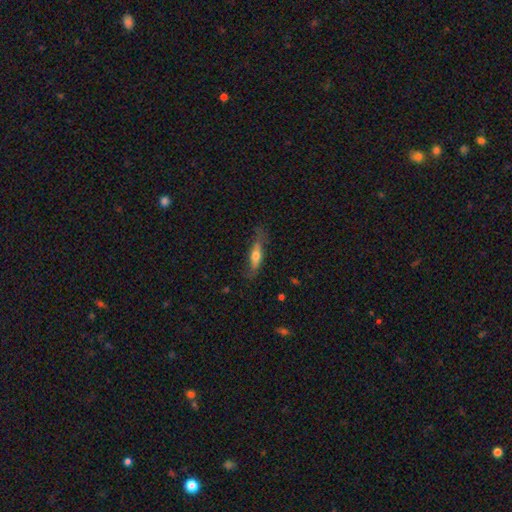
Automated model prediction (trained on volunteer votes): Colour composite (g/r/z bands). It shows a smooth galaxy with no disk features (54%) that is cigar-shaped (57%). Merging: none (67%).